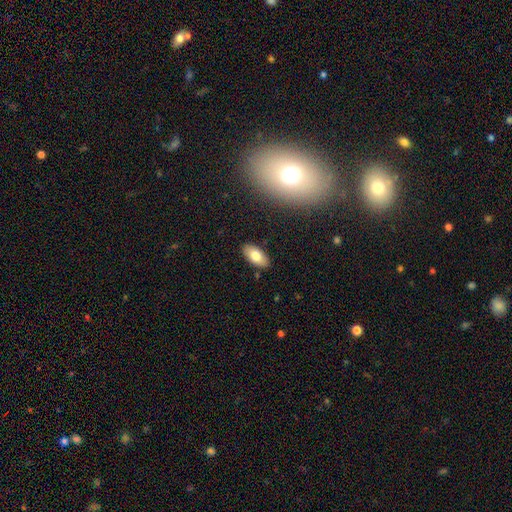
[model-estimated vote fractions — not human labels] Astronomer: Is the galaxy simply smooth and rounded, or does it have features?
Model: smooth — 77%.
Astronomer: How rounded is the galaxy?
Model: in between — 92%.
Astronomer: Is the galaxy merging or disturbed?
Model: none — 88%.